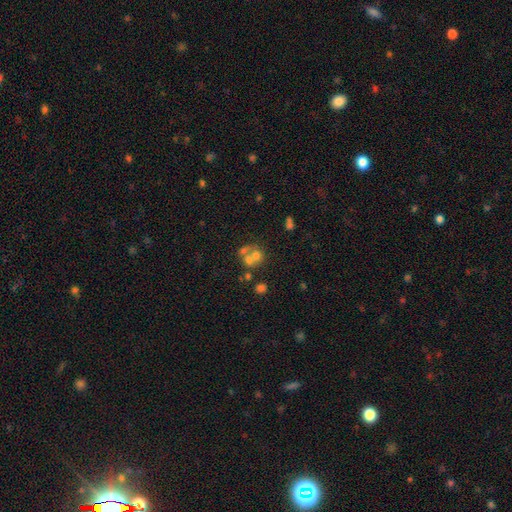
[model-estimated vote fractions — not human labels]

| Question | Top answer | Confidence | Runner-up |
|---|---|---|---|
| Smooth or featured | smooth | 53% | featured or disk (31%) |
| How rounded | round | 72% | in between (27%) |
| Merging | merger | 55% | none (30%) |